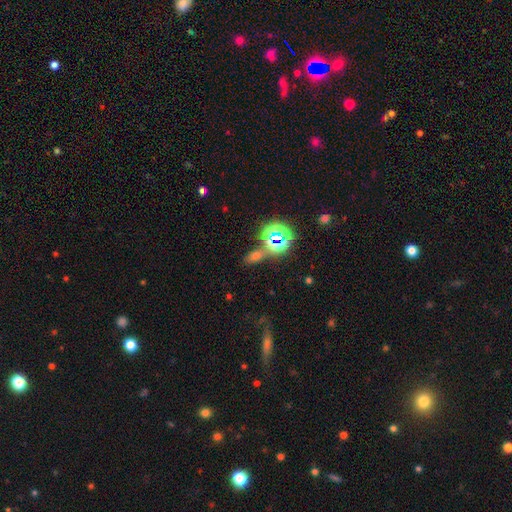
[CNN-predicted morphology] A star or artifact, not a galaxy (47%).

Vote fractions:
- Smooth or featured? star or artifact: 47% / smooth: 44% / featured or disk: 10%